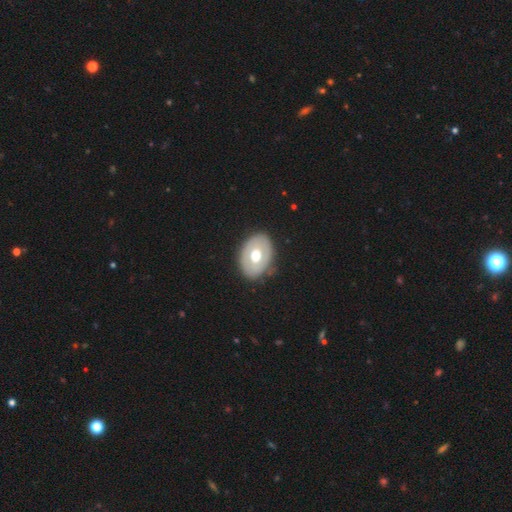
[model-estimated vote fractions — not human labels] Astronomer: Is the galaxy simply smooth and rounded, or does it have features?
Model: smooth — 48% (runner-up: featured or disk, 47%).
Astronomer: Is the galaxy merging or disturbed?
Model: none — 83%.